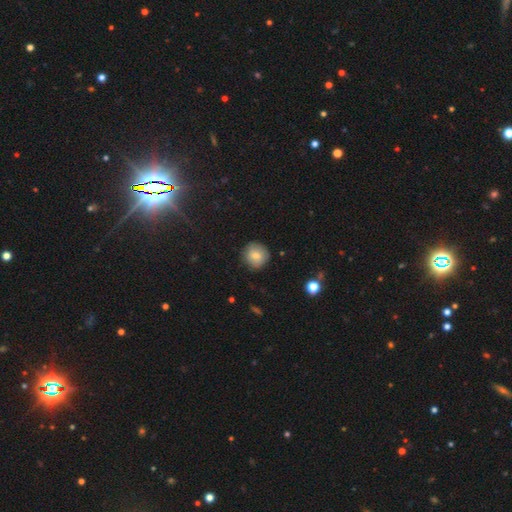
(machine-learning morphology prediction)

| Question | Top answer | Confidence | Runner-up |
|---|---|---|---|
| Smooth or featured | smooth | 77% | featured or disk (14%) |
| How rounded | round | 92% | in between (7%) |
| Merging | none | 84% | minor disturbance (12%) |